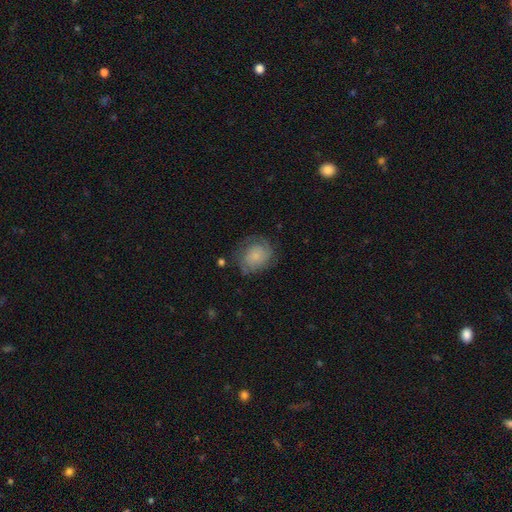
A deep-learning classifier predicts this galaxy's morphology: Smooth or featured? featured or disk (46%, tied with smooth)
Merging? none (61%)